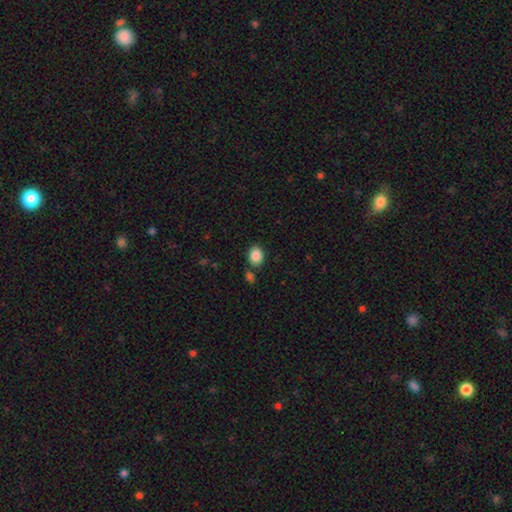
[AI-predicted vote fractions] Smooth or featured? Predicted: smooth (p=0.87). How rounded? Predicted: in between (p=0.58). Merging? Predicted: none (p=0.77).